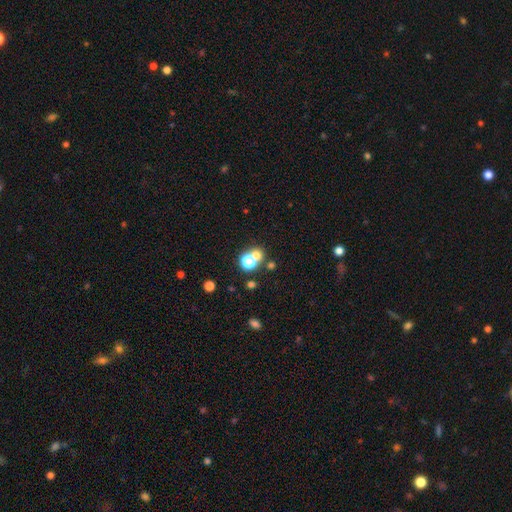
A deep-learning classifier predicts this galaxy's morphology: Smooth or featured? Predicted: smooth (p=0.63). How rounded? Predicted: round (p=0.80). Merging? Predicted: none (p=0.49).